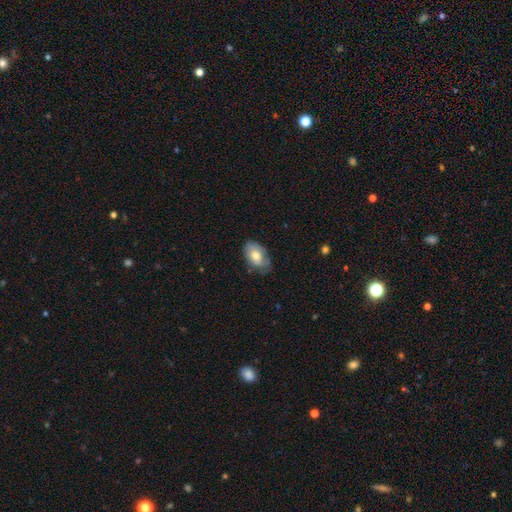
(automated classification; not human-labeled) Smooth or featured?
  - smooth: 69% *
  - featured or disk: 24%
  - star or artifact: 7%
How rounded?
  - in between: 90% *
  - round: 8%
  - cigar-shaped: 1%
Merging?
  - none: 58% *
  - minor disturbance: 32%
  - major disturbance: 8%
  - merger: 1%